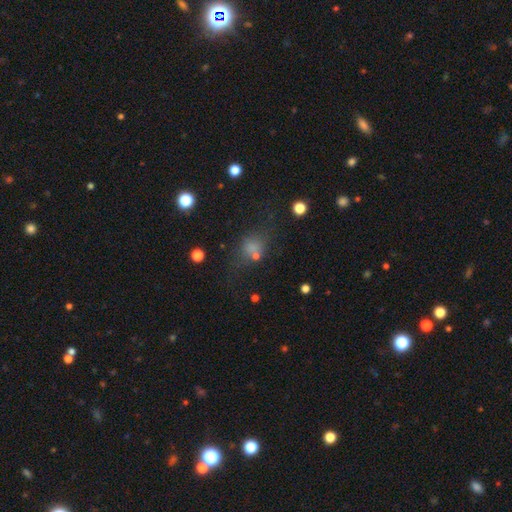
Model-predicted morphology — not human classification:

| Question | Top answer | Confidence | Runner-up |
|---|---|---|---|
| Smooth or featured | smooth | 63% | star or artifact (24%) |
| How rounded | round | 53% | in between (44%) |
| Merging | none | 55% | minor disturbance (19%) |